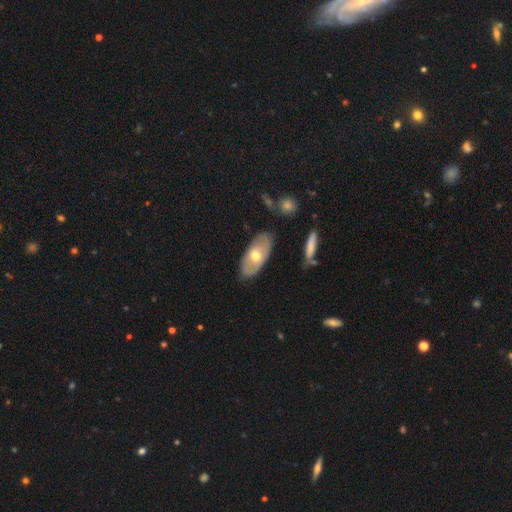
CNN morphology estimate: type=smooth (52%); roundness=in between (91%); merging=none (80%).